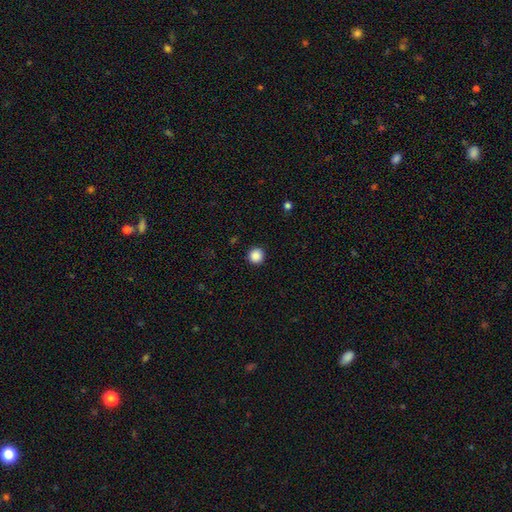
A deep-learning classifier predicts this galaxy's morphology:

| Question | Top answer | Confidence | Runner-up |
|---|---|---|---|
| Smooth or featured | smooth | 88% | star or artifact (10%) |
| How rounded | round | 95% | in between (4%) |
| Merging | none | 93% | minor disturbance (5%) |